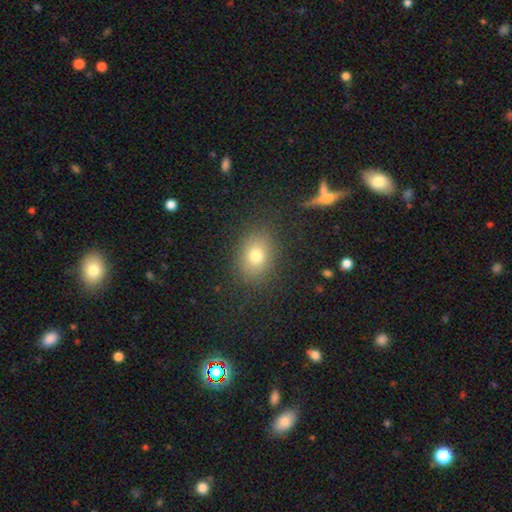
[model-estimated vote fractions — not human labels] The model was most divided on "how rounded": in between: 56%, round: 43%, cigar-shaped: 1%. More confident: merging — none (85%); smooth or featured — smooth (76%).